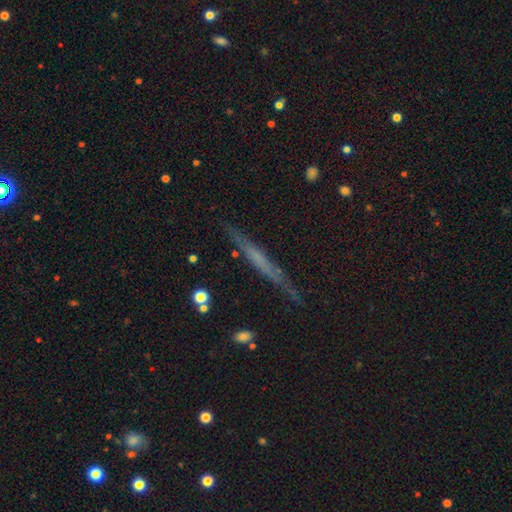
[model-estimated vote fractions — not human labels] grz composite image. It shows a featured or disk galaxy (55%) viewed edge-on (94%) with no central bulge (74%). Merging: none (83%).